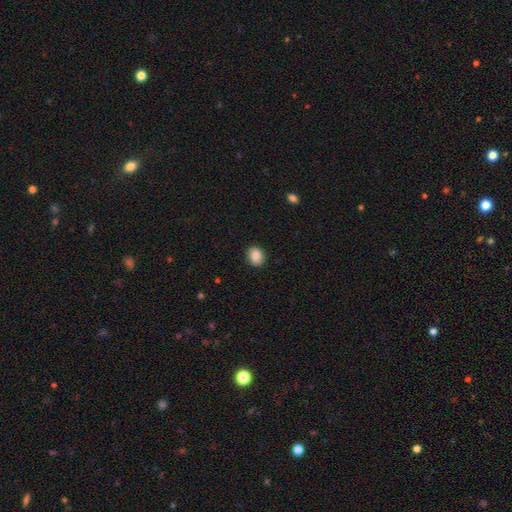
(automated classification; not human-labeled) smooth-or-featured: smooth: 86% | star or artifact: 8% | featured or disk: 6%
  how-rounded: round: 59% | in between: 40% | cigar-shaped: 1%
  merging: none: 89% | minor disturbance: 8% | major disturbance: 2% | merger: 1%